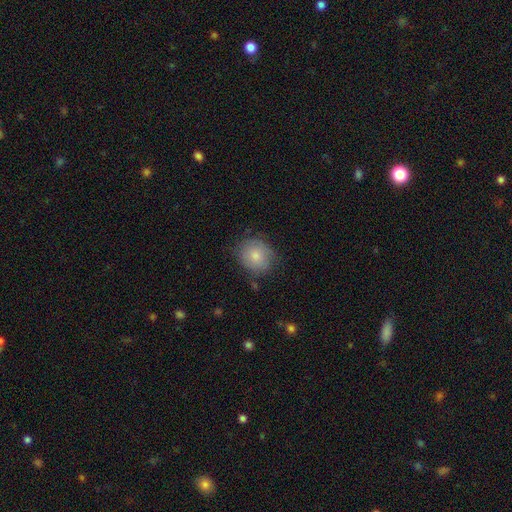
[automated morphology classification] The model was most divided on "how rounded": round: 75%, in between: 24%, cigar-shaped: 1%. More confident: smooth or featured — smooth (80%); merging — none (73%).